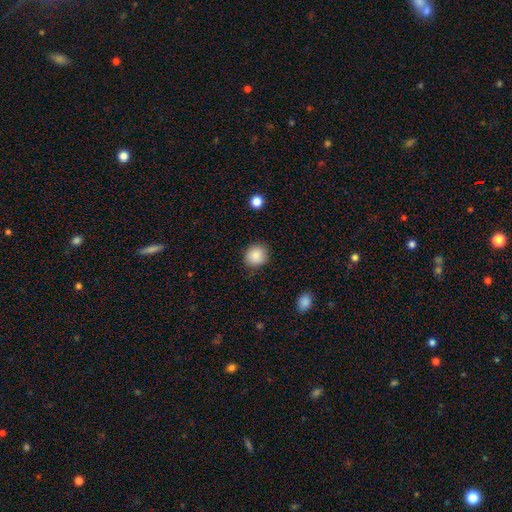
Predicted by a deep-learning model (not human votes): smooth 87%, star or artifact 9%, featured or disk 5%. Down the decision tree: how rounded — round (84%); merging — none (87%).